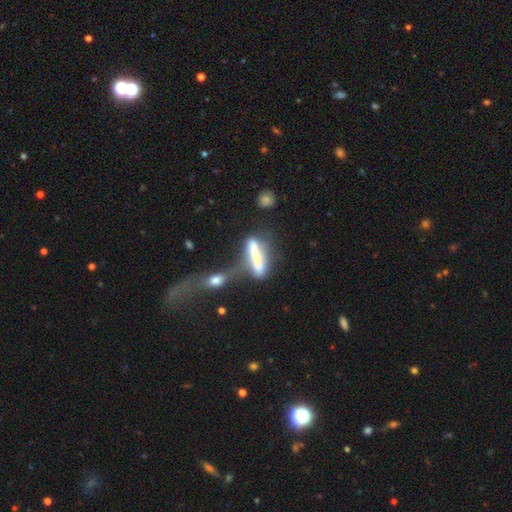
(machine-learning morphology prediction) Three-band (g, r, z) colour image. It shows a smooth galaxy with no disk features (51%) that is cigar-shaped (77%). Merging: merger (46%).